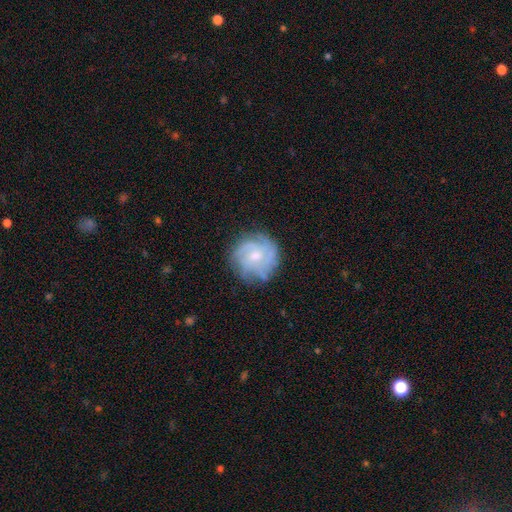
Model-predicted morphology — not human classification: Smooth or featured? Predicted: featured or disk (p=0.71). Edge-on disk? Predicted: no (p=0.98). Bar? Predicted: no (p=0.68). Spiral arms? Predicted: yes (p=0.89). Spiral winding? Predicted: tight (p=0.58). Spiral arm count? Predicted: can't tell (p=0.39). Bulge size? Predicted: moderate (p=0.50). Merging? Predicted: none (p=0.75).